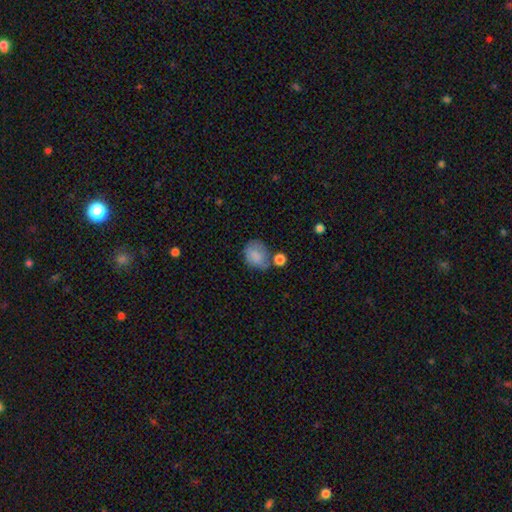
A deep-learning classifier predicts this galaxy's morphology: smooth_or_featured: smooth (p=0.78) [alt: featured or disk p=0.13]
how_rounded: round (p=0.51) [alt: in between p=0.48]
merging: none (p=0.46) [alt: minor disturbance p=0.27]